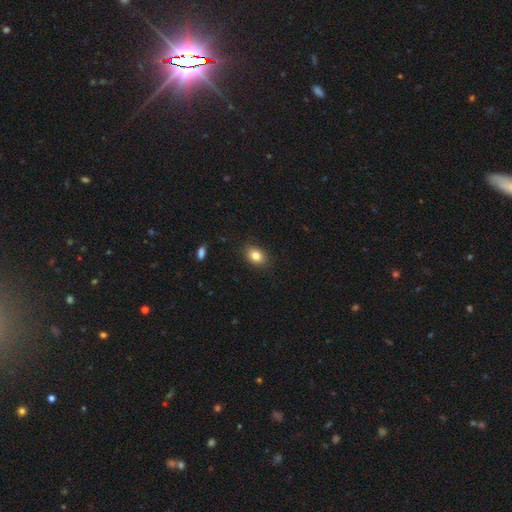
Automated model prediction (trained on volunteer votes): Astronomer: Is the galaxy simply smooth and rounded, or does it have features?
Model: smooth — 83%.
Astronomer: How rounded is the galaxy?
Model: in between — 75%.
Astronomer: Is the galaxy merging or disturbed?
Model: none — 88%.